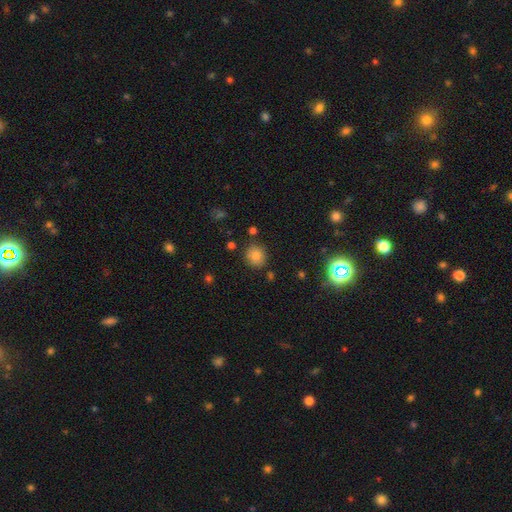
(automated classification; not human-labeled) Morphology: type=smooth (78%); roundness=round (85%); merging=none (85%).